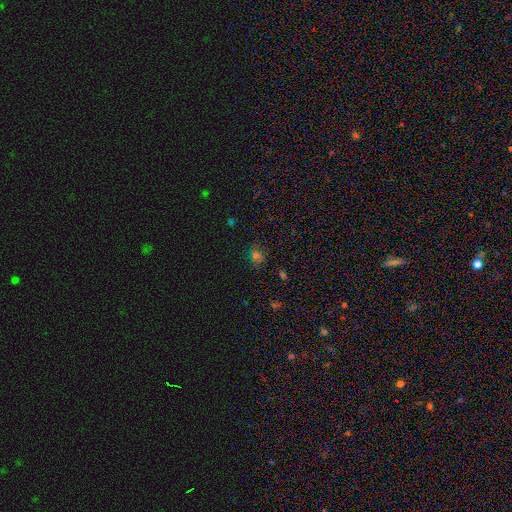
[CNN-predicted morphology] type=smooth (55%); roundness=round (71%); merging=none (81%).